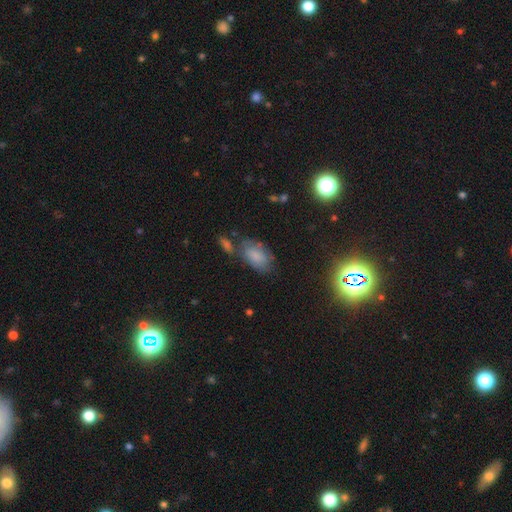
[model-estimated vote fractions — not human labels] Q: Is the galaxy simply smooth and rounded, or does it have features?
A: smooth — 78%.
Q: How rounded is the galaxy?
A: in between — 92%.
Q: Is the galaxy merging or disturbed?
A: none — 57%.